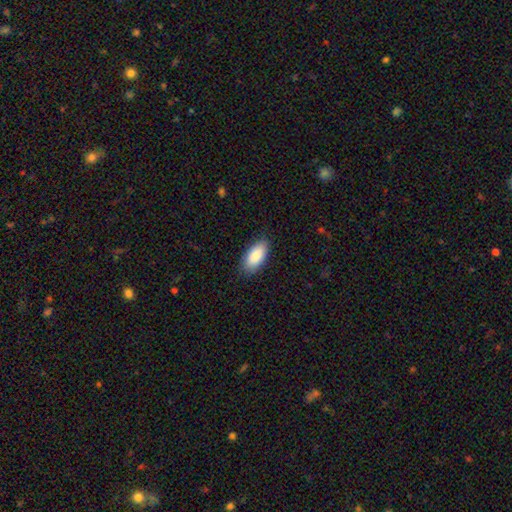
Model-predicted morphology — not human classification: type=smooth (87%); roundness=in between (93%); merging=none (86%).